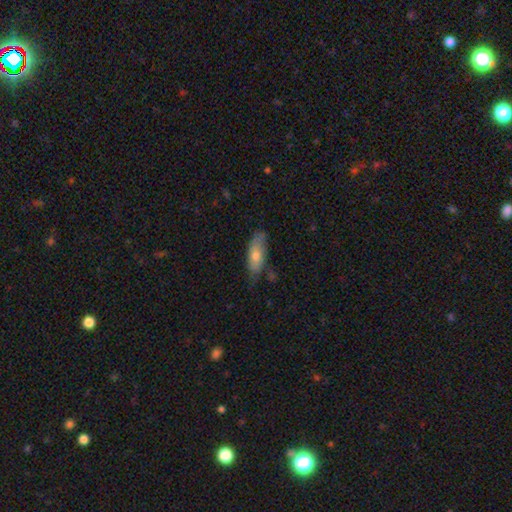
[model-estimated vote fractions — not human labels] smooth-or-featured: smooth: 64% | featured or disk: 29% | star or artifact: 7%
  how-rounded: in between: 65% | cigar-shaped: 33% | round: 3%
  merging: none: 64% | minor disturbance: 27% | major disturbance: 6% | merger: 3%